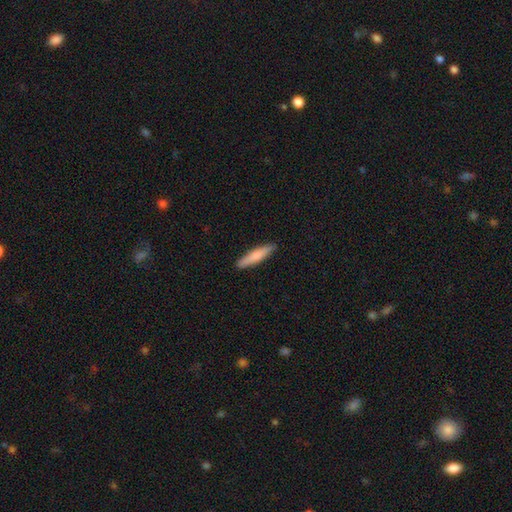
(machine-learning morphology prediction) A smooth galaxy with no disk features (73%) that is cigar-shaped (87%).

Vote fractions:
- Smooth or featured? smooth: 73% / featured or disk: 22% / star or artifact: 5%
- How rounded? cigar-shaped: 87% / in between: 11% / round: 1%
- Merging? none: 90% / minor disturbance: 7% / major disturbance: 1% / merger: 1%